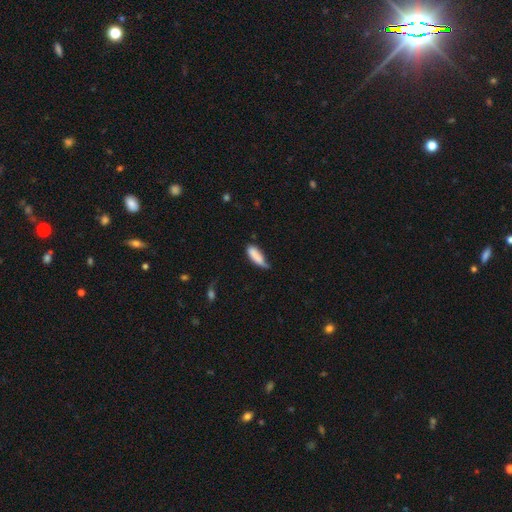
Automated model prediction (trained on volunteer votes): smooth_or_featured: smooth (p=0.83) [alt: featured or disk p=0.10]
how_rounded: in between (p=0.54) [alt: cigar-shaped p=0.44]
merging: minor disturbance (p=0.44) [alt: none p=0.37]